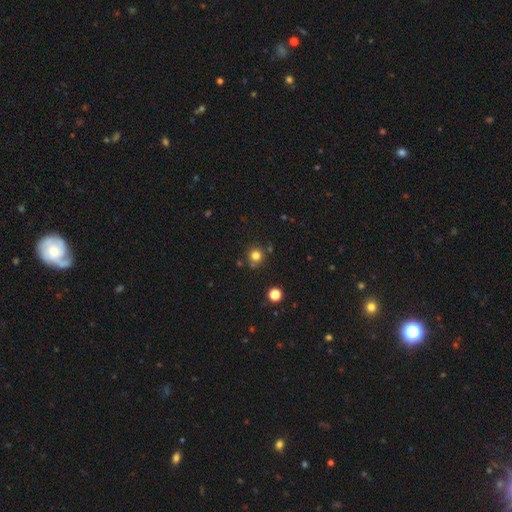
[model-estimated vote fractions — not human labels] Smooth or featured?
  - smooth: 79% *
  - star or artifact: 15%
  - featured or disk: 6%
How rounded?
  - round: 91% *
  - in between: 8%
  - cigar-shaped: 1%
Merging?
  - none: 80% *
  - minor disturbance: 10%
  - merger: 7%
  - major disturbance: 3%